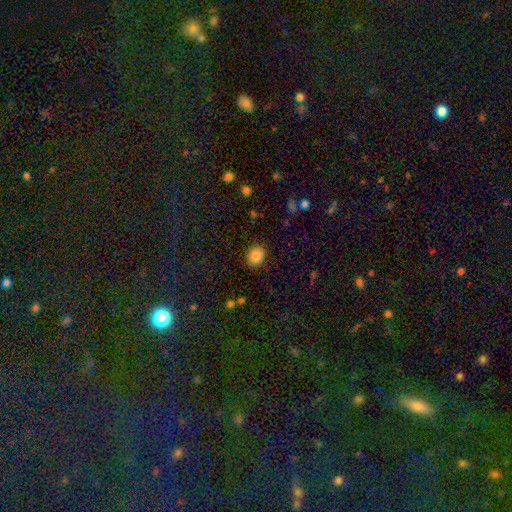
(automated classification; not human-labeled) Overall: smooth (85%). How rounded: round (63%; in between 36%). Merging: none (87%).